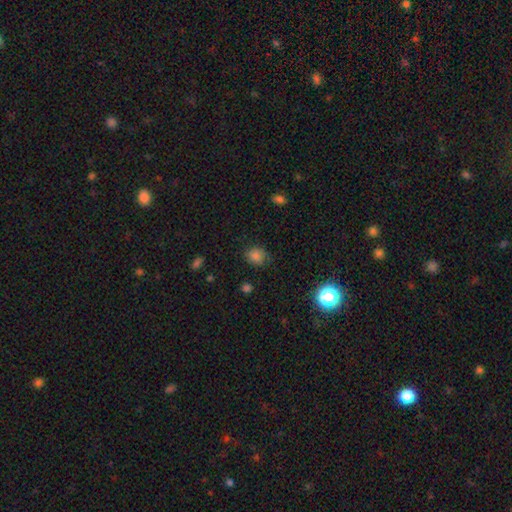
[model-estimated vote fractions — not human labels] smooth-or-featured: smooth: 81% | star or artifact: 14% | featured or disk: 5%
  how-rounded: round: 75% | in between: 24% | cigar-shaped: 1%
  merging: none: 76% | minor disturbance: 18% | major disturbance: 5% | merger: 2%